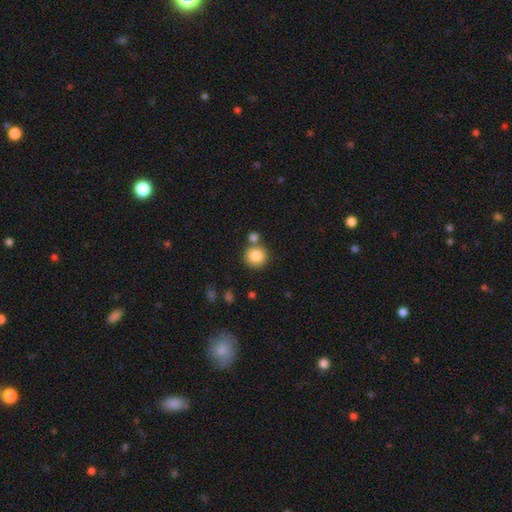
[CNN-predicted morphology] Overall: smooth (84%). How rounded: round (92%). Merging: none (70%).